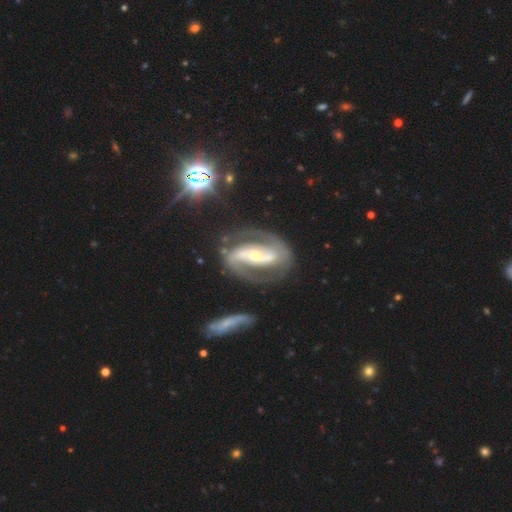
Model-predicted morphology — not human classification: Q: Smooth or featured?
A: featured or disk (89%); runner-up: smooth (6%)
Q: Edge-on disk?
A: no (96%); runner-up: yes (4%)
Q: Bar?
A: strong (59%); runner-up: weak (21%)
Q: Spiral arms?
A: yes (96%); runner-up: no (4%)
Q: Spiral winding?
A: medium (50%); runner-up: tight (33%)
Q: Spiral arm count?
A: 2 (92%); runner-up: can't tell (3%)
Q: Bulge size?
A: small (59%); runner-up: moderate (35%)
Q: Merging?
A: none (75%); runner-up: minor disturbance (14%)